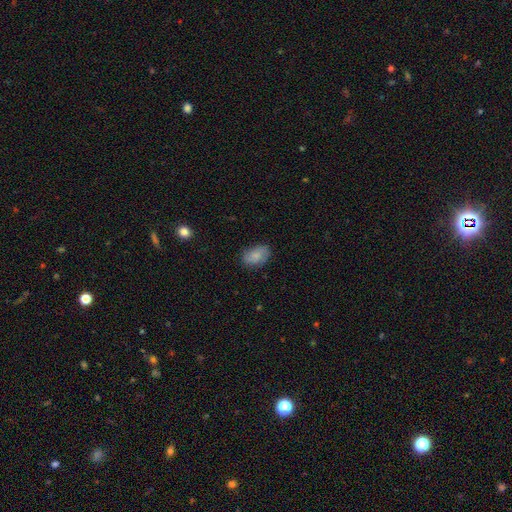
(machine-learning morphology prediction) Smooth or featured? Predicted: smooth (p=0.81). How rounded? Predicted: in between (p=0.89). Merging? Predicted: none (p=0.79).